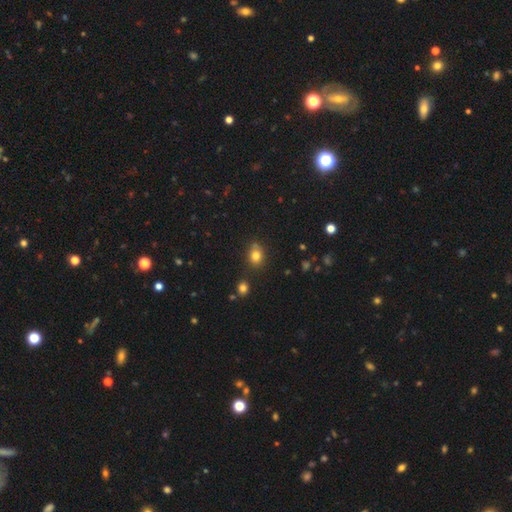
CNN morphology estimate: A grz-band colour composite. It shows a smooth galaxy with no disk features (79%) that is round (54%). Merging: none (73%).